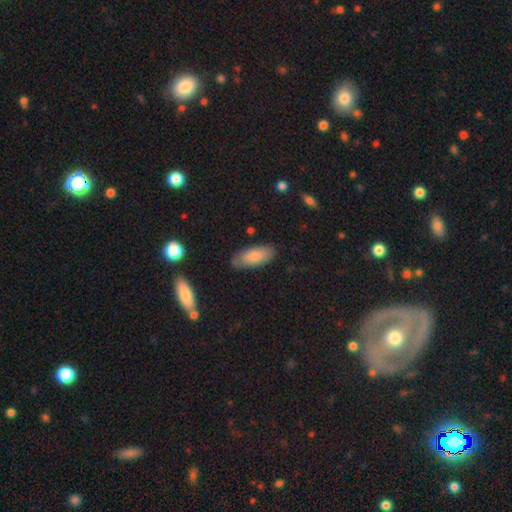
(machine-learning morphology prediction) This is likely a smooth galaxy (78%). How rounded: clearly in between (83%). Merging: likely none (79%).